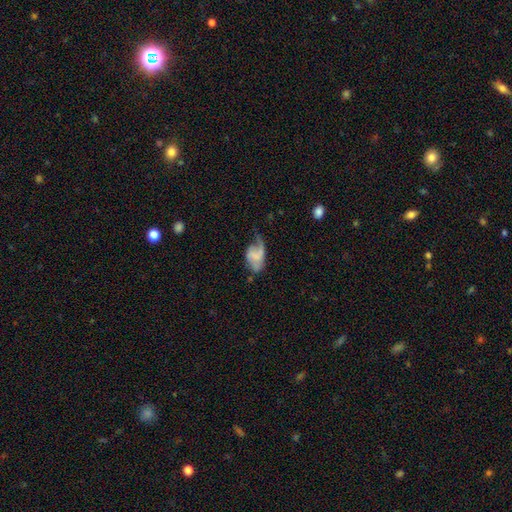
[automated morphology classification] type=featured or disk (52%); edge-on=no (97%); merging=major disturbance (45%).